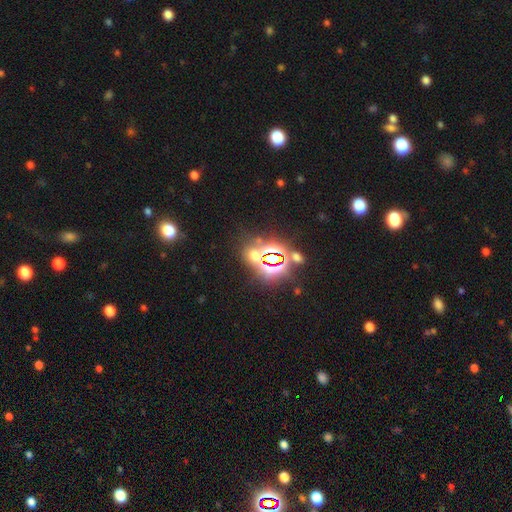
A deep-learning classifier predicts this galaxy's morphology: This appears to be a star or artifact, not a galaxy (65%).